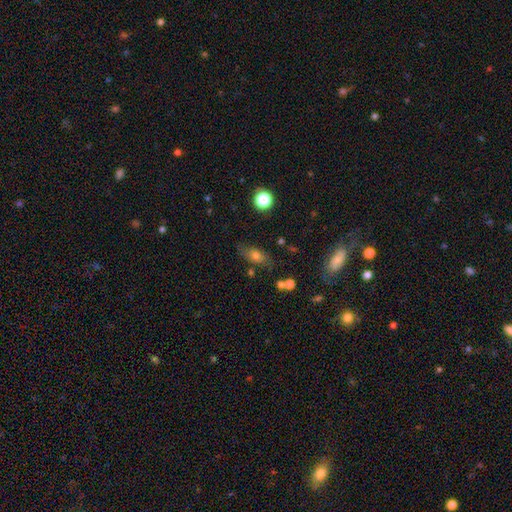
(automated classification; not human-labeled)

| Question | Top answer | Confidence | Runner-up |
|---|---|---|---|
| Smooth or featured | smooth | 69% | featured or disk (20%) |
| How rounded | in between | 77% | round (12%) |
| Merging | none | 71% | minor disturbance (18%) |